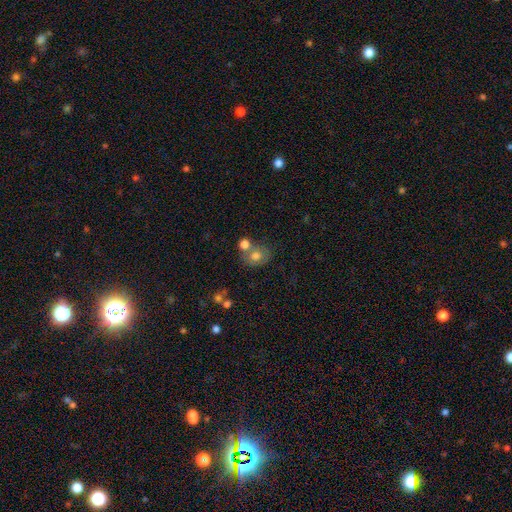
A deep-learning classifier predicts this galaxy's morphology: Smooth or featured?
  - smooth: 70% *
  - featured or disk: 20%
  - star or artifact: 10%
How rounded?
  - round: 62% *
  - in between: 37%
  - cigar-shaped: 1%
Merging?
  - none: 44% *
  - merger: 37%
  - minor disturbance: 13%
  - major disturbance: 6%